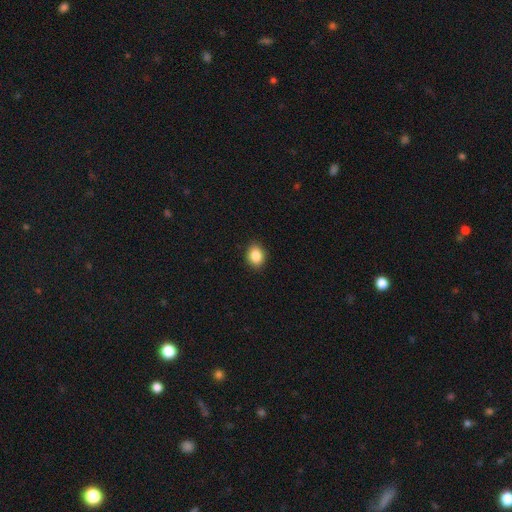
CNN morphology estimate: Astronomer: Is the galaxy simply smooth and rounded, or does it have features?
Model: smooth — 87%.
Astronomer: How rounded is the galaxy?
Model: in between — 57% (runner-up: round, 42%).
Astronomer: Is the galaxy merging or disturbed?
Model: none — 89%.